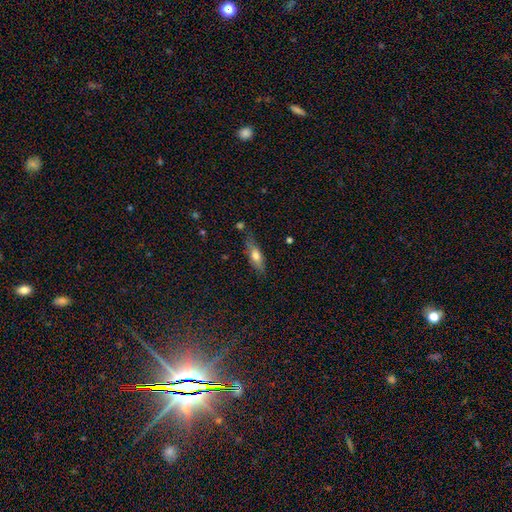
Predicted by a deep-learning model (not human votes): This is likely a smooth galaxy (62%). How rounded: possibly in between (50%). Merging: likely none (71%).